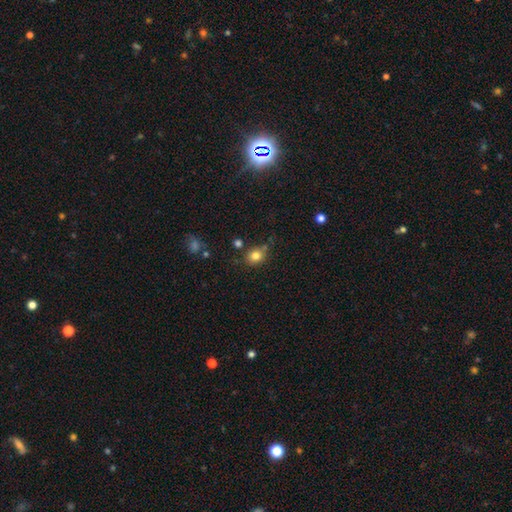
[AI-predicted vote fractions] Smooth or featured? Predicted: smooth (p=0.81). How rounded? Predicted: round (p=0.67). Merging? Predicted: none (p=0.68).